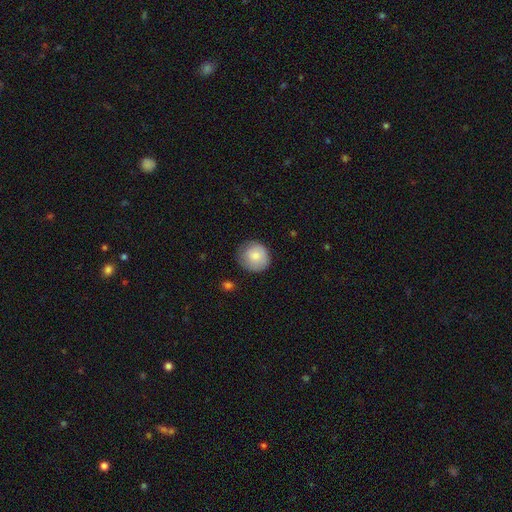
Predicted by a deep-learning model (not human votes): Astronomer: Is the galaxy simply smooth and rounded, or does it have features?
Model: smooth — 81%.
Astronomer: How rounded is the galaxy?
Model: round — 88%.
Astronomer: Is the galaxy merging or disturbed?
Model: none — 72%.